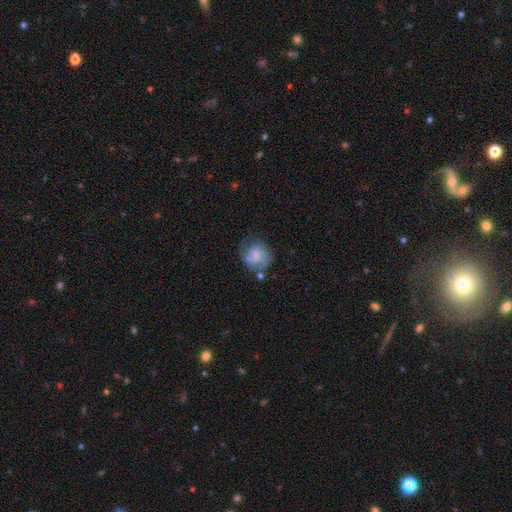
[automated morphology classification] Smooth or featured?
  - smooth: 50% *
  - featured or disk: 42%
  - star or artifact: 8%
Merging?
  - none: 52% *
  - minor disturbance: 26%
  - major disturbance: 15%
  - merger: 7%